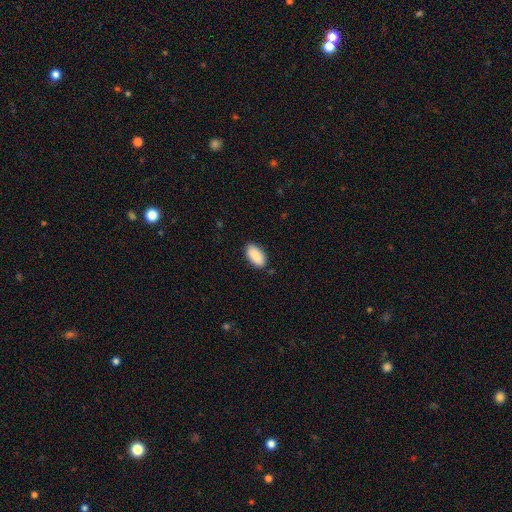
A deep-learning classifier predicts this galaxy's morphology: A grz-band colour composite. It shows a smooth galaxy with no disk features (90%) that is in between round and cigar-shaped (95%). Merging: none (87%).